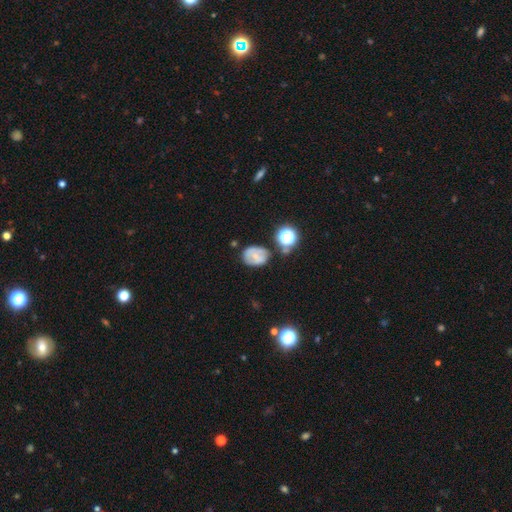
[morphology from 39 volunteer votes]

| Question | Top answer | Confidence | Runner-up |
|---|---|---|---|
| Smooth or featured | featured or disk | 56% | smooth (36%) |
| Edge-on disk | no | 95% | yes (5%) |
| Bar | no | 76% | weak (14%) |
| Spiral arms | no | 62% | yes (38%) |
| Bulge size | small | 57% | moderate (43%) |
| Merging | none | 69% | minor disturbance (22%) |